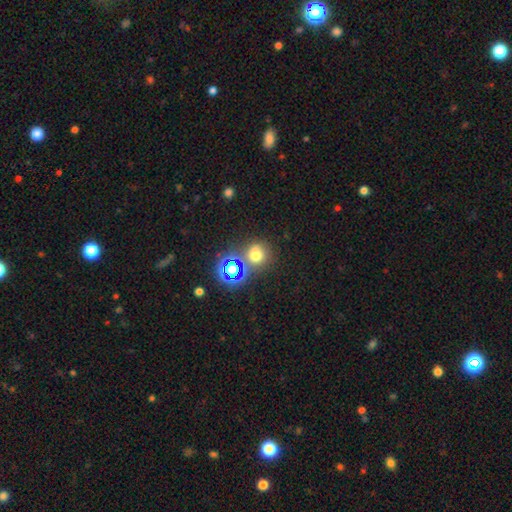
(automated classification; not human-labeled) A smooth galaxy with no disk features (62%) that is round (84%).

Vote fractions:
- Smooth or featured? smooth: 62% / star or artifact: 28% / featured or disk: 10%
- How rounded? round: 84% / in between: 15% / cigar-shaped: 1%
- Merging? none: 62% / merger: 22% / minor disturbance: 11% / major disturbance: 5%